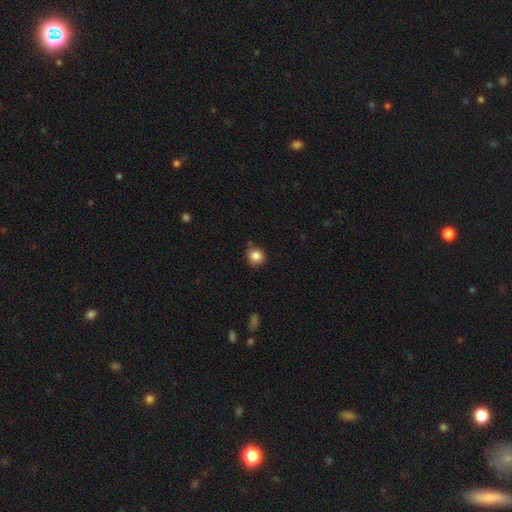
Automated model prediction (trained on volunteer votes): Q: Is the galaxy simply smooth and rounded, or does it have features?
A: smooth — 85%.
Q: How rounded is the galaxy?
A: round — 86%.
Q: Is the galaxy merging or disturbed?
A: none — 78%.